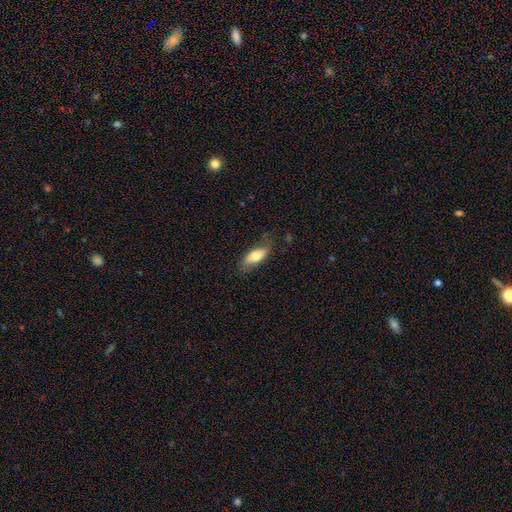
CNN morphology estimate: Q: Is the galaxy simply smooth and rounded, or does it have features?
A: smooth — 70%.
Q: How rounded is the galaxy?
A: in between — 81%.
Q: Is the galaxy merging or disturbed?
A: none — 72%.